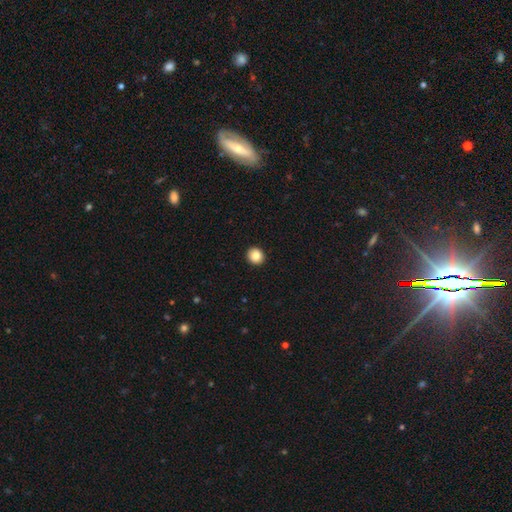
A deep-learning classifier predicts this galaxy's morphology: smooth-or-featured: smooth: 86% | star or artifact: 9% | featured or disk: 4%
  how-rounded: round: 87% | in between: 12% | cigar-shaped: 1%
  merging: none: 94% | minor disturbance: 4% | major disturbance: 1% | merger: 1%